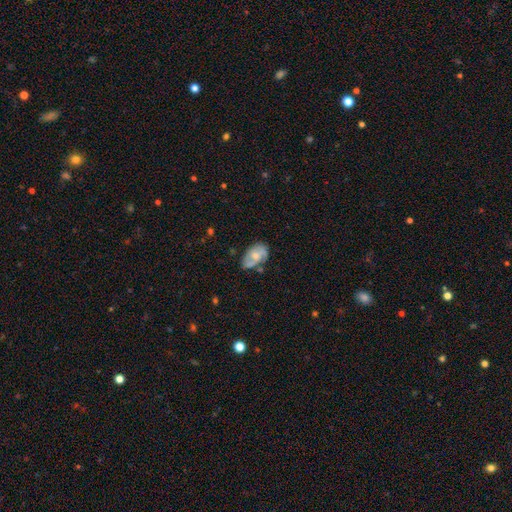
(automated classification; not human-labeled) The model was most divided on "bulge size": moderate: 50%, small: 42%, none: 4%, large: 3%, dominant: 1%. More confident: edge-on disk — no (95%); spiral arms — yes (74%); bar — no (67%); merging — none (57%); smooth or featured — featured or disk (55%).